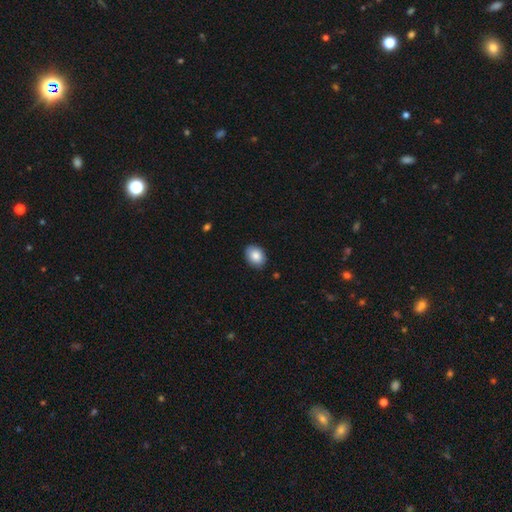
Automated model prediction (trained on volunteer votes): Smooth or featured? smooth (87%)
How rounded? in between (72%)
Merging? none (88%)